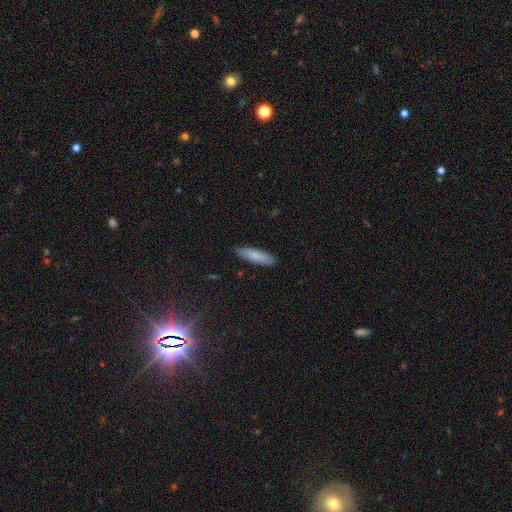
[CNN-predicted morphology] This appears to be a smooth galaxy with no disk features (82%) that is cigar-shaped (73%). Merging: none (88%).